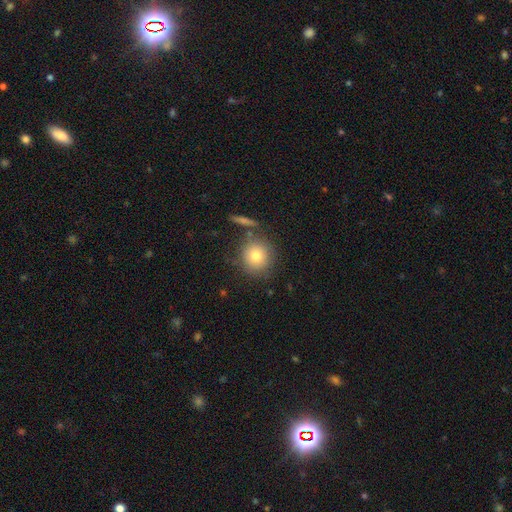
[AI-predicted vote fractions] This is likely a smooth galaxy (77%). How rounded: clearly round (91%). Merging: likely none (77%).